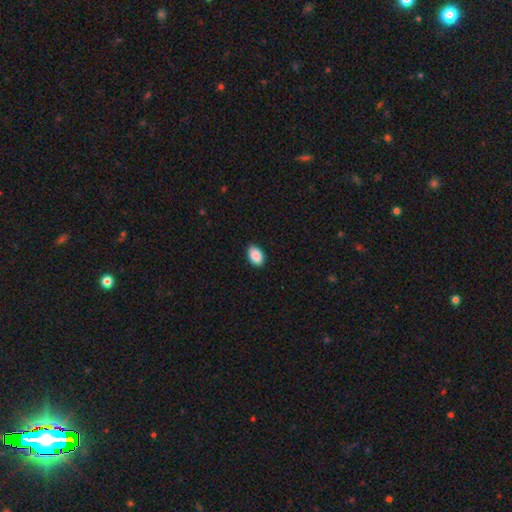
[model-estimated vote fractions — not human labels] Smooth or featured? Predicted: smooth (p=0.90). How rounded? Predicted: in between (p=0.92). Merging? Predicted: none (p=0.89).